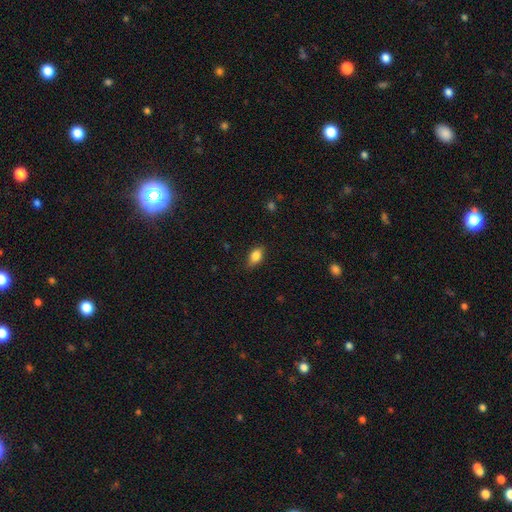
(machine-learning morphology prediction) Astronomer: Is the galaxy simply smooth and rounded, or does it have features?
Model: smooth — 83%.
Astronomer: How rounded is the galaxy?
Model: in between — 84%.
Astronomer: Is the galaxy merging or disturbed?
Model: none — 79%.